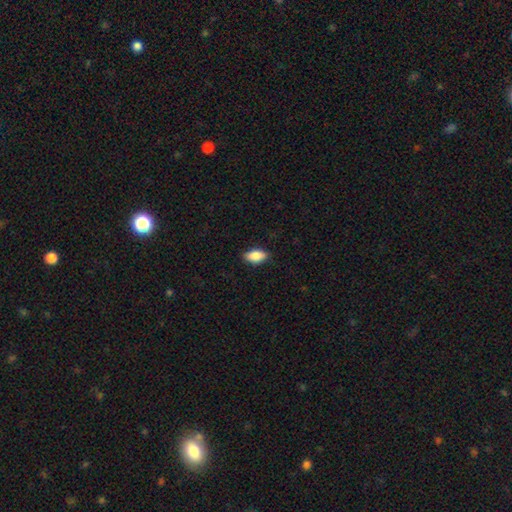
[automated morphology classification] smooth-or-featured: smooth: 87% | star or artifact: 7% | featured or disk: 6%
  how-rounded: in between: 91% | cigar-shaped: 4% | round: 4%
  merging: none: 87% | minor disturbance: 10% | major disturbance: 2% | merger: 1%